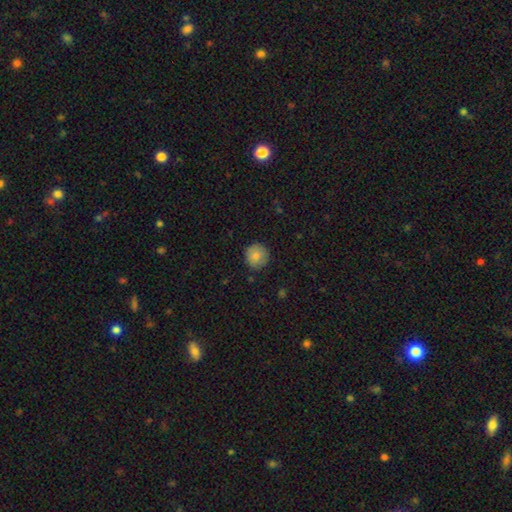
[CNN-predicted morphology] type=smooth (83%); roundness=round (93%); merging=none (87%).